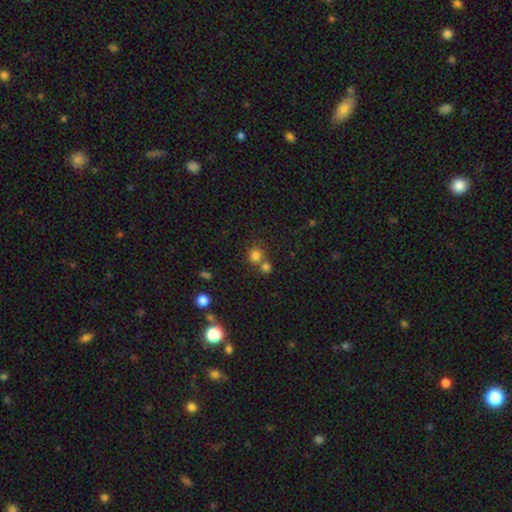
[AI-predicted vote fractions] A smooth galaxy with no disk features (77%) that is round (89%). Merging: none (54%).